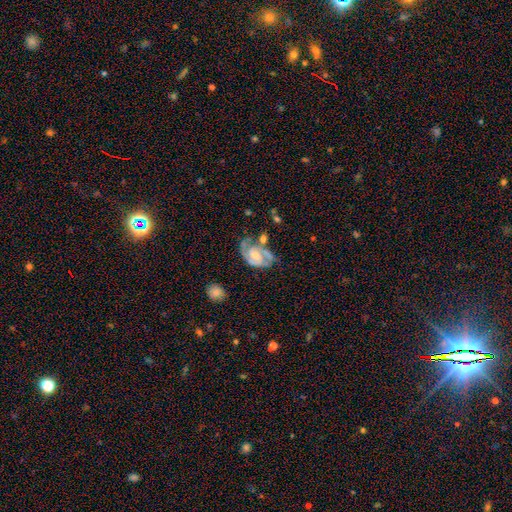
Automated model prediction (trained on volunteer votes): Q: Smooth or featured?
A: featured or disk (84%); runner-up: smooth (10%)
Q: Edge-on disk?
A: no (97%); runner-up: yes (3%)
Q: Bar?
A: no (51%); runner-up: weak (39%)
Q: Spiral arms?
A: yes (95%); runner-up: no (5%)
Q: Spiral winding?
A: tight (48%); runner-up: medium (42%)
Q: Spiral arm count?
A: 2 (77%); runner-up: can't tell (8%)
Q: Bulge size?
A: moderate (45%); runner-up: small (38%)
Q: Merging?
A: none (46%); runner-up: minor disturbance (24%)